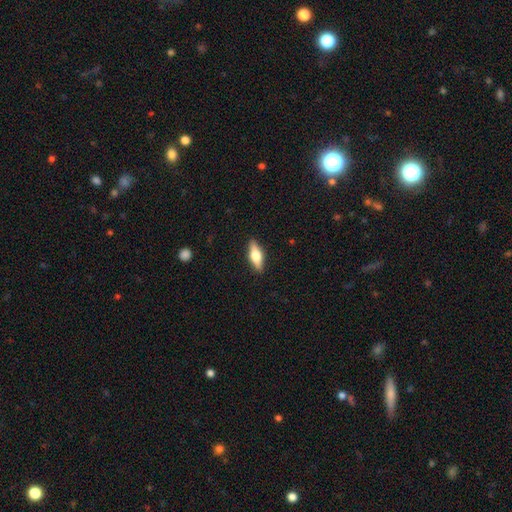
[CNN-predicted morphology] smooth_or_featured: smooth (p=0.50) [alt: featured or disk p=0.44]
merging: none (p=0.89) [alt: minor disturbance p=0.08]